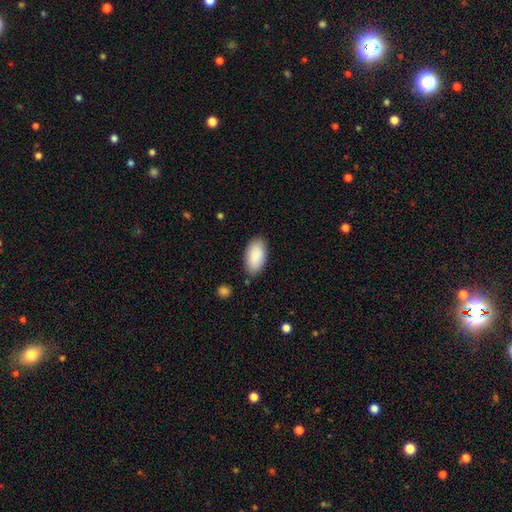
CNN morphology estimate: Smooth or featured? Predicted: smooth (p=0.88). How rounded? Predicted: in between (p=0.95). Merging? Predicted: none (p=0.83).